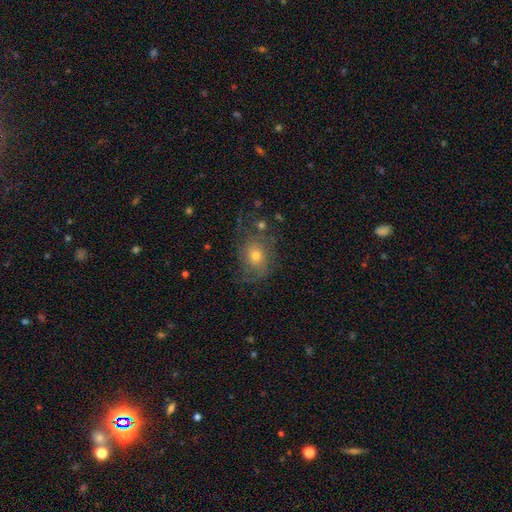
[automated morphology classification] Q: Smooth or featured?
A: smooth (47%); runner-up: featured or disk (39%)
Q: Merging?
A: none (60%); runner-up: minor disturbance (21%)